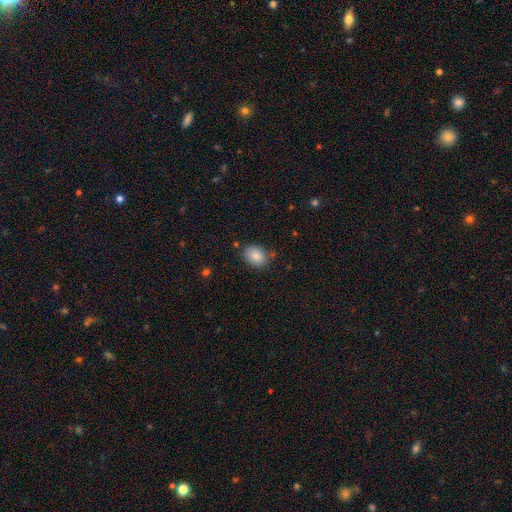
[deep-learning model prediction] Smooth or featured?
  - smooth: 85% *
  - star or artifact: 8%
  - featured or disk: 6%
How rounded?
  - in between: 71% *
  - round: 28%
  - cigar-shaped: 1%
Merging?
  - none: 79% *
  - minor disturbance: 14%
  - major disturbance: 3%
  - merger: 3%